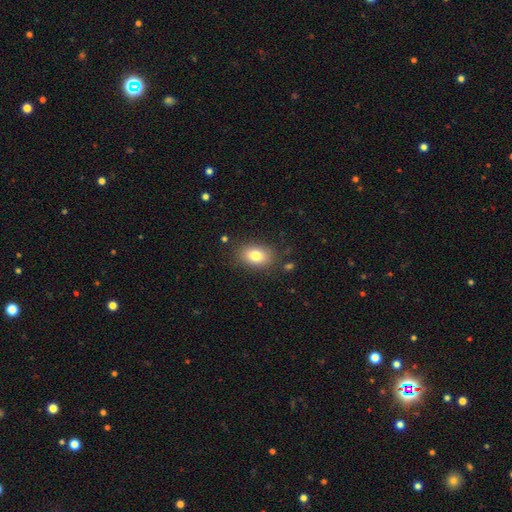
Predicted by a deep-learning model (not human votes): Smooth or featured: smooth — 81% (featured or disk — 10%)
How rounded: in between — 82% (round — 17%)
Merging: none — 84% (minor disturbance — 11%)